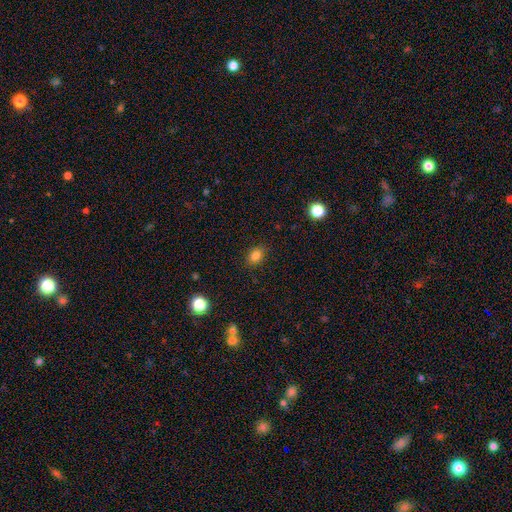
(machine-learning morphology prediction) type=smooth (82%); roundness=in between (67%); merging=none (87%).